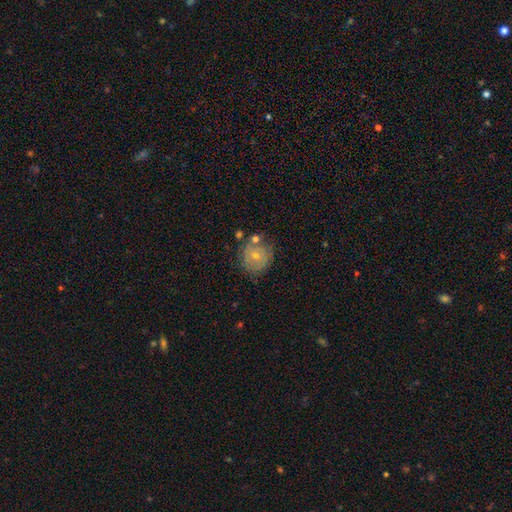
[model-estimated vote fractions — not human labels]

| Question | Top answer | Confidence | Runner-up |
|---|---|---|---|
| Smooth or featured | featured or disk | 47% | smooth (45%) |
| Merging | none | 64% | minor disturbance (19%) |